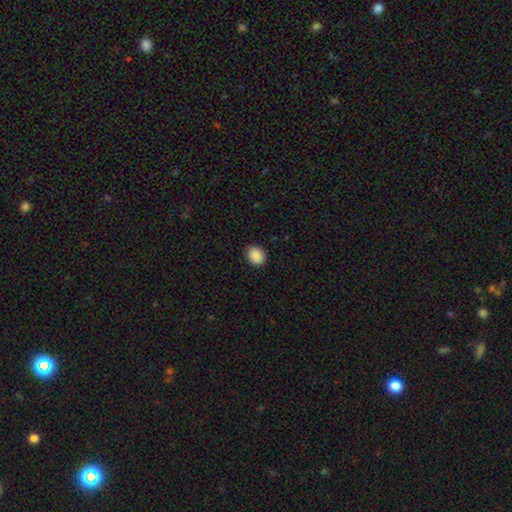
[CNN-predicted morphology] Q: Smooth or featured?
A: smooth (90%); runner-up: star or artifact (8%)
Q: How rounded?
A: round (59%); runner-up: in between (40%)
Q: Merging?
A: none (89%); runner-up: minor disturbance (8%)